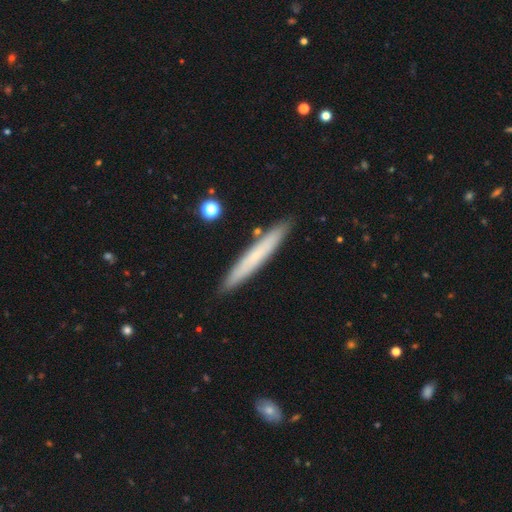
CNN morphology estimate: smooth_or_featured: smooth (p=0.59) [alt: featured or disk p=0.35]
how_rounded: cigar-shaped (p=0.96) [alt: in between p=0.03]
merging: none (p=0.89) [alt: minor disturbance p=0.07]